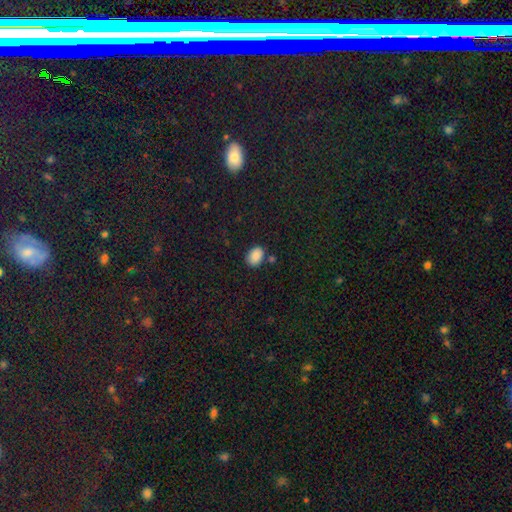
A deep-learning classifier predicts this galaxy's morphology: smooth-or-featured: smooth: 88% | star or artifact: 9% | featured or disk: 3%
  how-rounded: in between: 80% | round: 19% | cigar-shaped: 1%
  merging: none: 78% | minor disturbance: 13% | merger: 6% | major disturbance: 3%